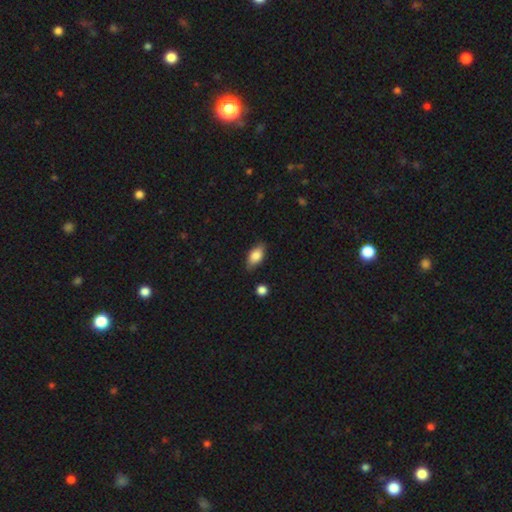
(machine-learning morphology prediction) smooth 82%, featured or disk 11%, star or artifact 7%. Down the decision tree: how rounded — in between (90%); merging — none (78%).